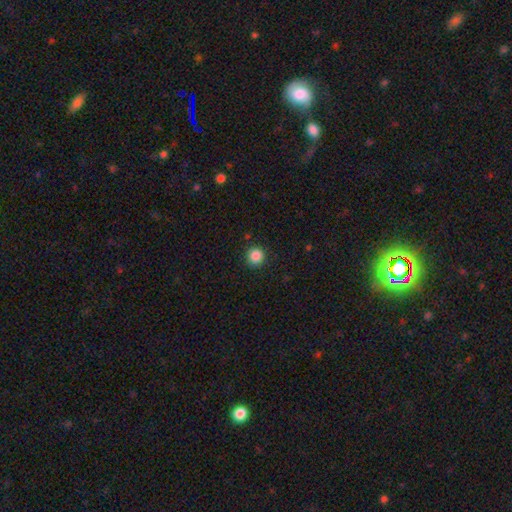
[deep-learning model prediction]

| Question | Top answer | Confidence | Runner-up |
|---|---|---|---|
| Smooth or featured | smooth | 87% | star or artifact (10%) |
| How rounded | round | 94% | in between (5%) |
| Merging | none | 91% | minor disturbance (6%) |